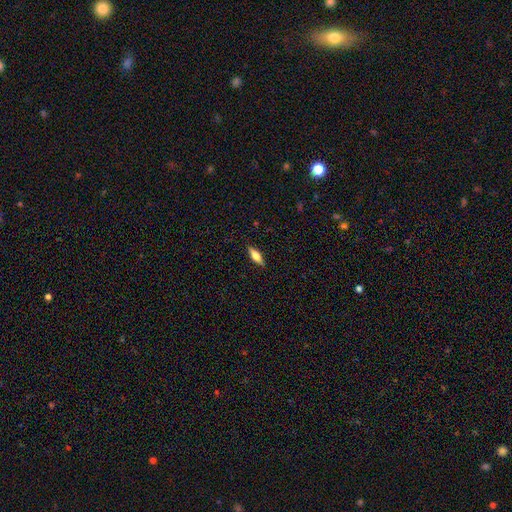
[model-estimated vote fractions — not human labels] Smooth or featured?
  - smooth: 56% *
  - featured or disk: 37%
  - star or artifact: 7%
How rounded?
  - in between: 55% *
  - cigar-shaped: 42%
  - round: 3%
Merging?
  - none: 88% *
  - minor disturbance: 9%
  - major disturbance: 2%
  - merger: 1%